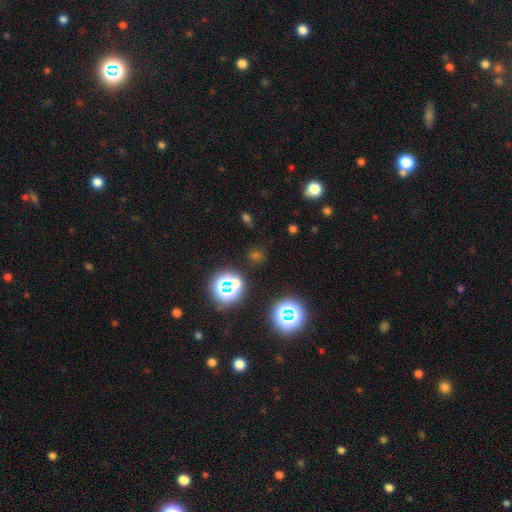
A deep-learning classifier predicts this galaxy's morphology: type=star or artifact (53%).